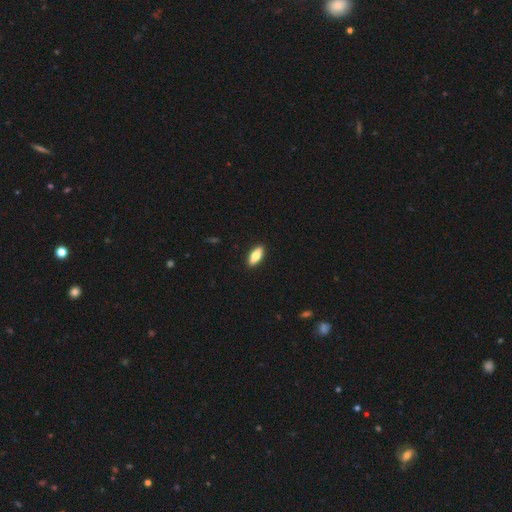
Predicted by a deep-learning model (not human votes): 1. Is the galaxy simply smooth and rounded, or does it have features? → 73% smooth, 21% featured or disk, 6% star or artifact.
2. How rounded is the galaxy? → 72% in between, 25% cigar-shaped, 3% round.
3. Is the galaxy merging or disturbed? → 91% none, 7% minor disturbance, 2% major disturbance, 1% merger.